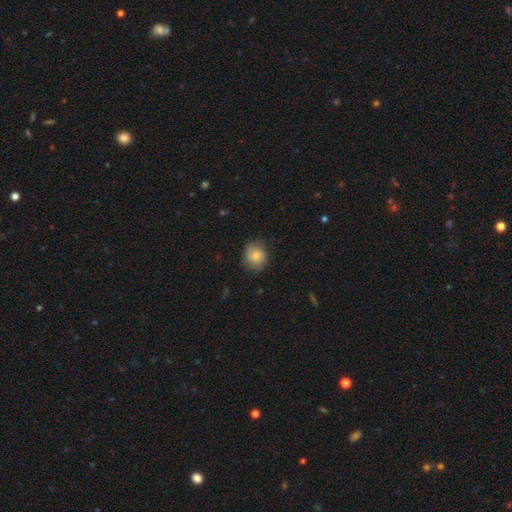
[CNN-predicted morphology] A smooth galaxy with no disk features (70%) that is round (76%).

Vote fractions:
- Smooth or featured? smooth: 70% / featured or disk: 23% / star or artifact: 8%
- How rounded? round: 76% / in between: 23% / cigar-shaped: 1%
- Merging? none: 70% / minor disturbance: 22% / major disturbance: 7% / merger: 1%